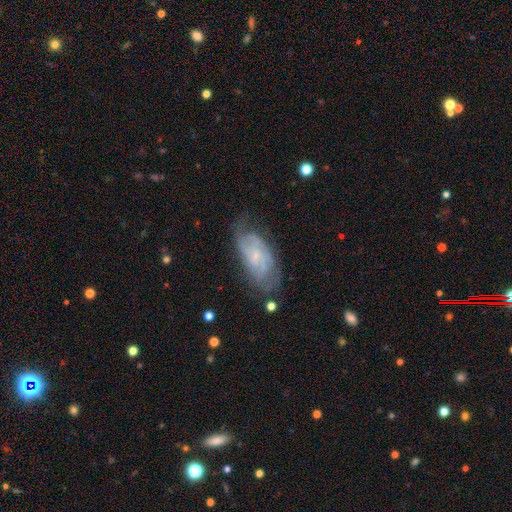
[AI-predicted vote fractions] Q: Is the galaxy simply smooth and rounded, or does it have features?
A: featured or disk — 65%.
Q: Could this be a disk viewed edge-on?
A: no — 92%.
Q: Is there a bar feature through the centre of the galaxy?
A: no — 65%.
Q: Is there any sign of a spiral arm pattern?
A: yes — 81%.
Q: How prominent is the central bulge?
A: small — 70%.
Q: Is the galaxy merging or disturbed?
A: none — 59%.